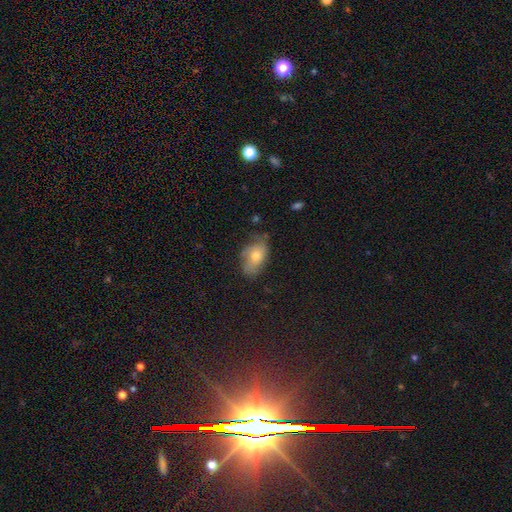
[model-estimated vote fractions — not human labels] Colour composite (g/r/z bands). It shows a smooth galaxy with no disk features (54%) that is in between round and cigar-shaped (86%). Merging: none (57%).